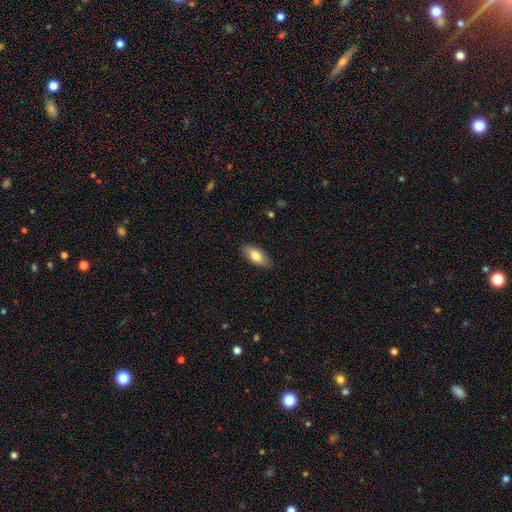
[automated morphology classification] Q: Smooth or featured?
A: smooth (80%); runner-up: featured or disk (14%)
Q: How rounded?
A: in between (89%); runner-up: cigar-shaped (9%)
Q: Merging?
A: none (86%); runner-up: minor disturbance (11%)